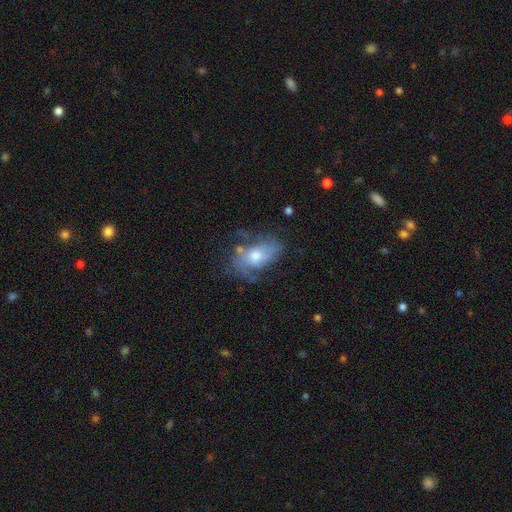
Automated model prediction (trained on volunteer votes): A featured or disk galaxy (52%). Merging: none (48%).